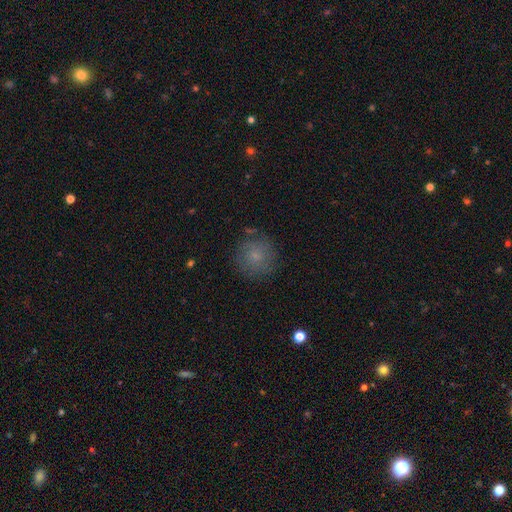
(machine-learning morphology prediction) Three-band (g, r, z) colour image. It shows a smooth galaxy with no disk features (70%) that is round (93%). Merging: none (78%).